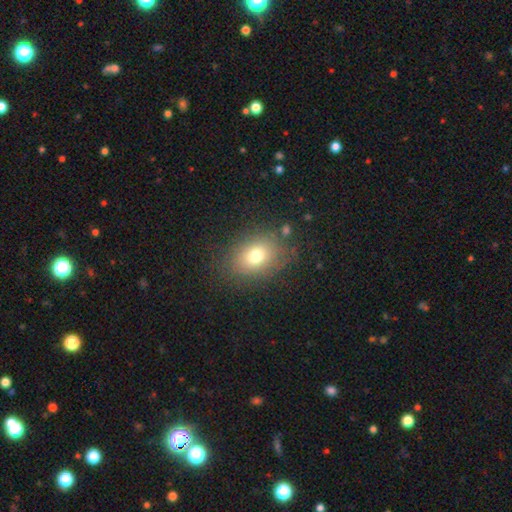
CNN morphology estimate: Smooth or featured? smooth (74%)
How rounded? in between (63%)
Merging? none (80%)